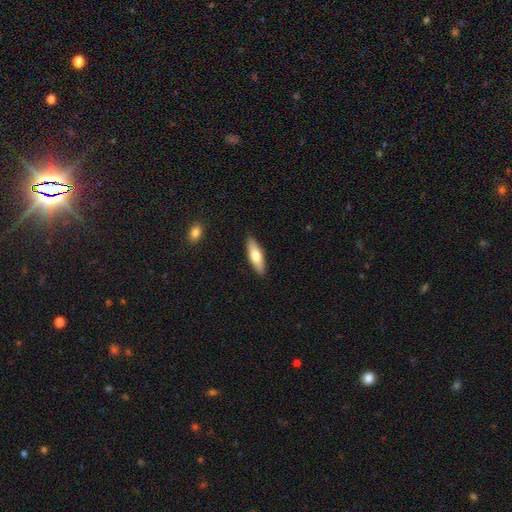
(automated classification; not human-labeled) Morphology: type=smooth (66%); roundness=cigar-shaped (52%); merging=none (89%).